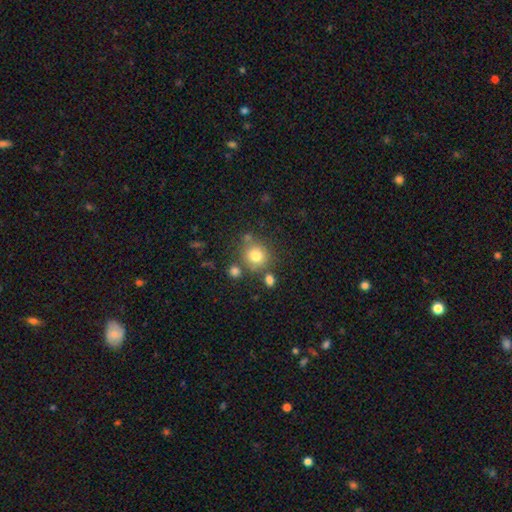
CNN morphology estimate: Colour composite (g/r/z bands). It shows a smooth galaxy with no disk features (78%) that is round (87%). Merging: none (72%).